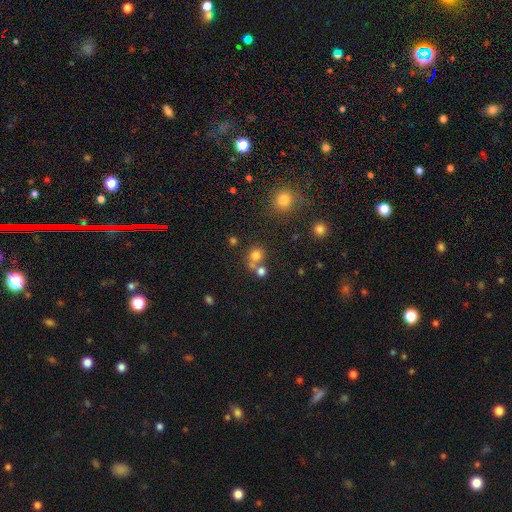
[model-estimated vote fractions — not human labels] This is likely a smooth galaxy (74%). How rounded: clearly round (85%). Merging: possibly none (56%).